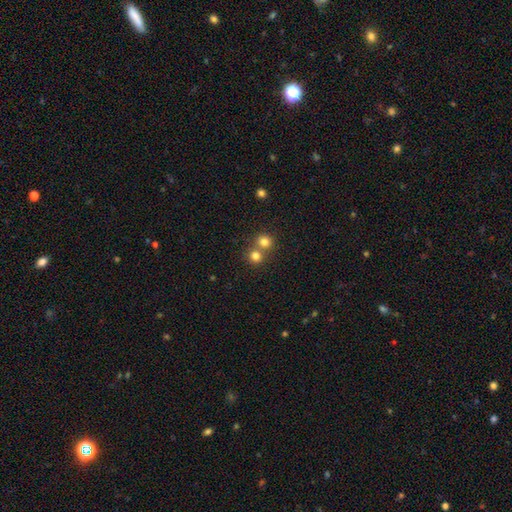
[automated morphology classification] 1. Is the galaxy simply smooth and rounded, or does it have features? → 79% smooth, 14% star or artifact, 8% featured or disk.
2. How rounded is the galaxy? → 90% round, 9% in between, 1% cigar-shaped.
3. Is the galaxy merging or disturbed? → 53% none, 41% merger, 5% minor disturbance, 2% major disturbance.